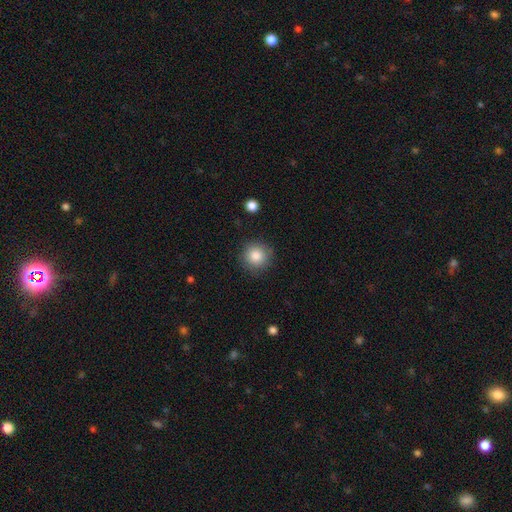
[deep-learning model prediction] A smooth galaxy with no disk features (85%) that is round (94%). Merging: none (86%).